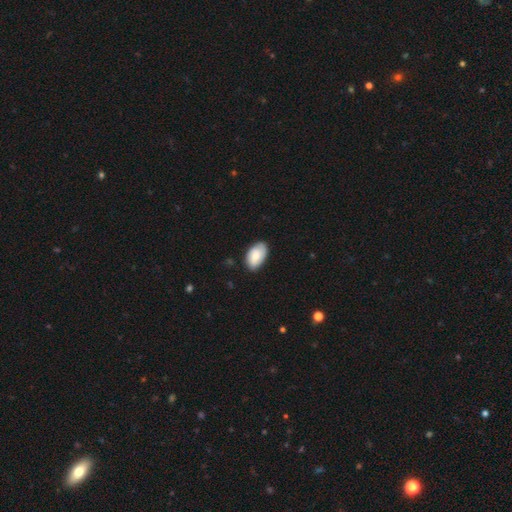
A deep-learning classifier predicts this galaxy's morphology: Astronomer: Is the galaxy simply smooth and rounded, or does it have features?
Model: smooth — 76%.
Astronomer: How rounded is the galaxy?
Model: in between — 93%.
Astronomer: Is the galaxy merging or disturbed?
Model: none — 77%.